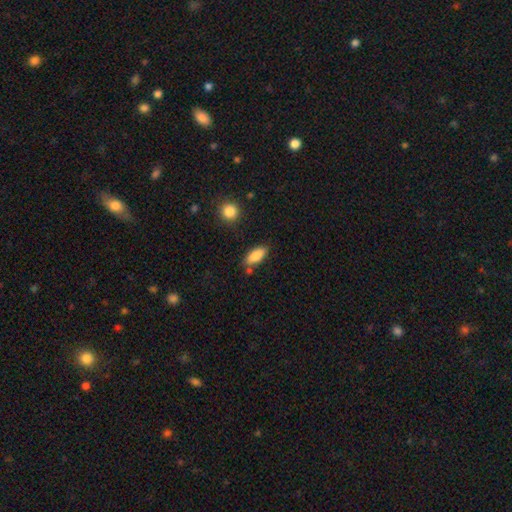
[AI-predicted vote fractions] Q: Smooth or featured?
A: smooth (85%); runner-up: featured or disk (9%)
Q: How rounded?
A: in between (82%); runner-up: cigar-shaped (16%)
Q: Merging?
A: none (75%); runner-up: minor disturbance (15%)